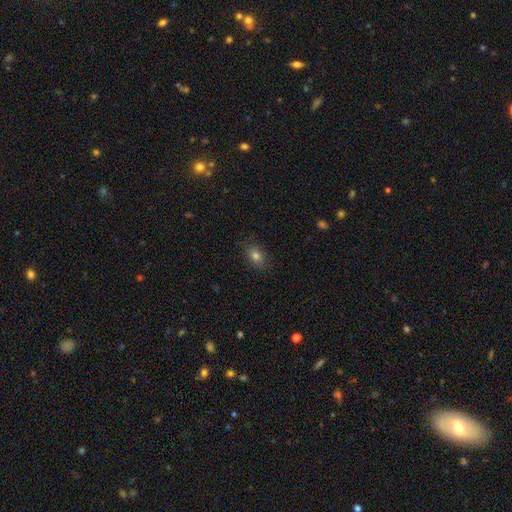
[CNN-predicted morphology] A smooth galaxy with no disk features (78%) that is in between round and cigar-shaped (73%).

Vote fractions:
- Smooth or featured? smooth: 78% / star or artifact: 12% / featured or disk: 10%
- How rounded? in between: 73% / round: 24% / cigar-shaped: 3%
- Merging? none: 84% / minor disturbance: 12% / major disturbance: 3% / merger: 1%